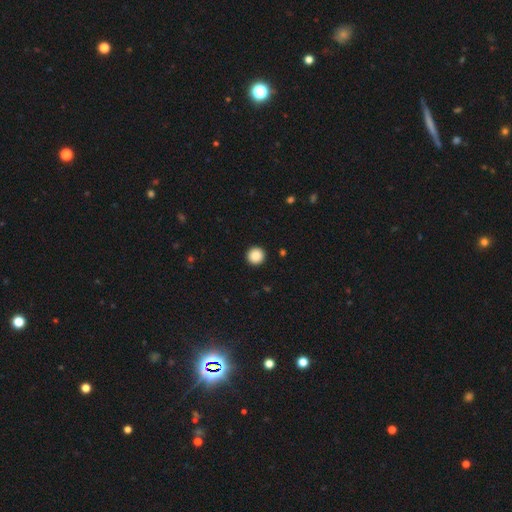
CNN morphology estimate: Smooth or featured?
  - smooth: 87% *
  - star or artifact: 9%
  - featured or disk: 4%
How rounded?
  - round: 96% *
  - in between: 3%
  - cigar-shaped: 1%
Merging?
  - none: 94% *
  - minor disturbance: 4%
  - major disturbance: 1%
  - merger: 1%